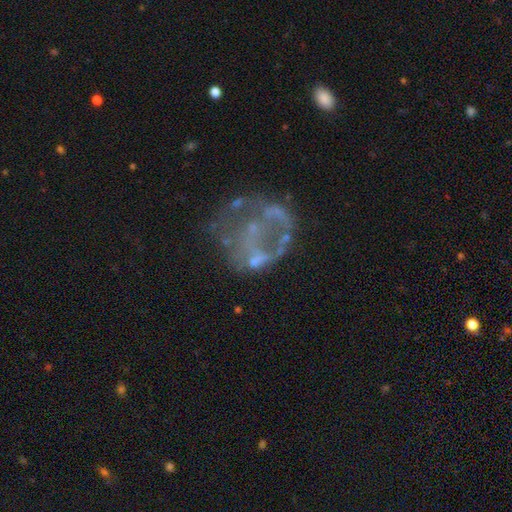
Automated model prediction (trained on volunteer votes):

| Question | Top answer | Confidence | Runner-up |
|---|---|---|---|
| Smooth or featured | featured or disk | 62% | smooth (20%) |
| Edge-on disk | no | 98% | yes (2%) |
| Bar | no | 90% | weak (7%) |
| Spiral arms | no | 90% | yes (10%) |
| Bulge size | none | 72% | small (17%) |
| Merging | major disturbance | 36% | tied: none (36%) |